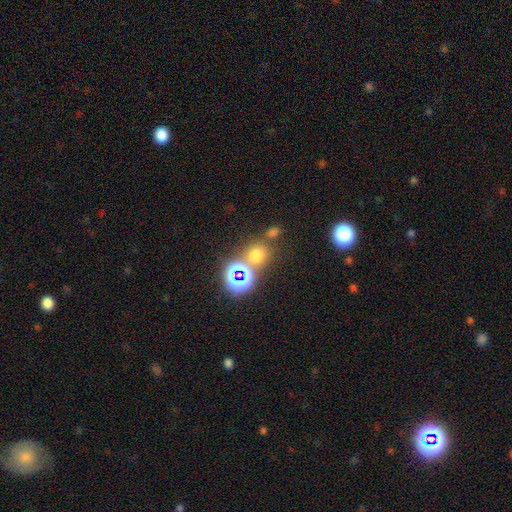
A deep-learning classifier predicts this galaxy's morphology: Smooth or featured: smooth — 58% (star or artifact — 34%)
How rounded: round — 82% (in between — 17%)
Merging: none — 68% (merger — 18%)